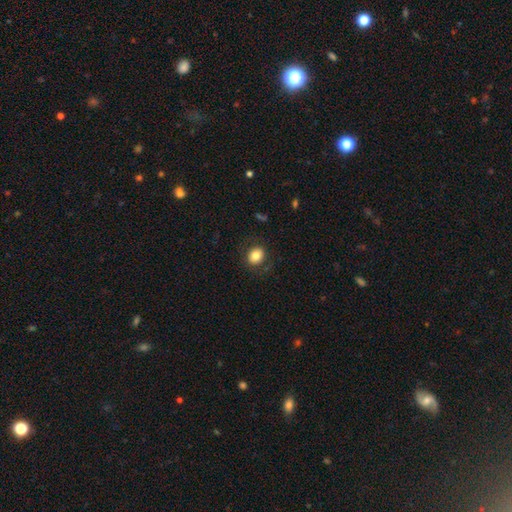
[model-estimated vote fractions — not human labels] Smooth or featured? Predicted: smooth (p=0.81). How rounded? Predicted: round (p=0.59). Merging? Predicted: none (p=0.84).